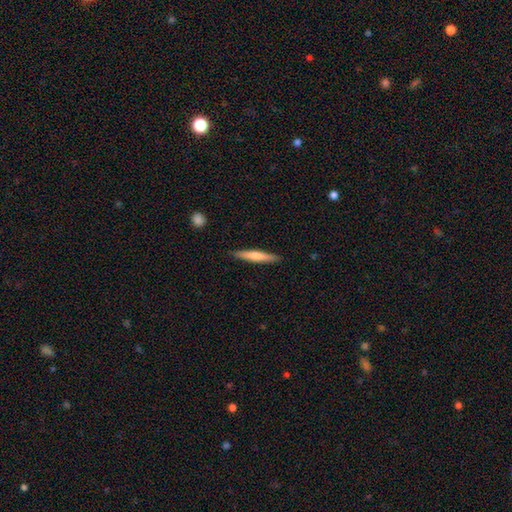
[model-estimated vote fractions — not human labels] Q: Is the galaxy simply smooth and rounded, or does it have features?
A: smooth — 62%.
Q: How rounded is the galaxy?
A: cigar-shaped — 93%.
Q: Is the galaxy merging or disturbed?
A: none — 90%.